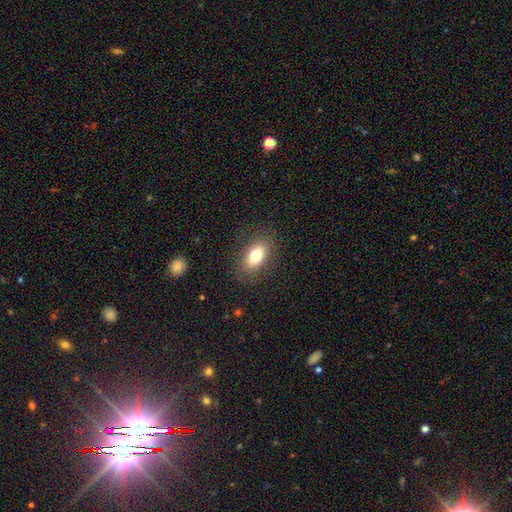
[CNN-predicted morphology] smooth 76%, featured or disk 15%, star or artifact 8%. Down the decision tree: how rounded — in between (89%); merging — none (85%).